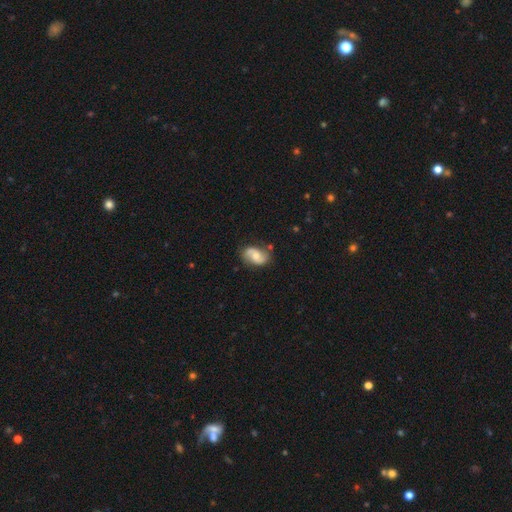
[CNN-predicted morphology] A featured or disk galaxy (62%) with no bar (58%), 2 (88%) loose (41%, tied with medium) spiral arms (90%) and a moderate central bulge (60%).

Vote fractions:
- Smooth or featured? featured or disk: 62% / smooth: 31% / star or artifact: 7%
- Edge-on disk? no: 97% / yes: 3%
- Bar? no: 58% / weak: 35% / strong: 7%
- Spiral arms? yes: 90% / no: 10%
- Spiral winding? loose: 41% (tied) / medium: 41% (tied) / tight: 18%
- Spiral arm count? 2: 88% / can't tell: 6% / 1: 3% / 3: 1% / 4: 1% / more than 4: 1%
- Bulge size? moderate: 60% / small: 30% / large: 6% / none: 4% / dominant: 1%
- Merging? none: 73% / minor disturbance: 19% / major disturbance: 5% / merger: 3%